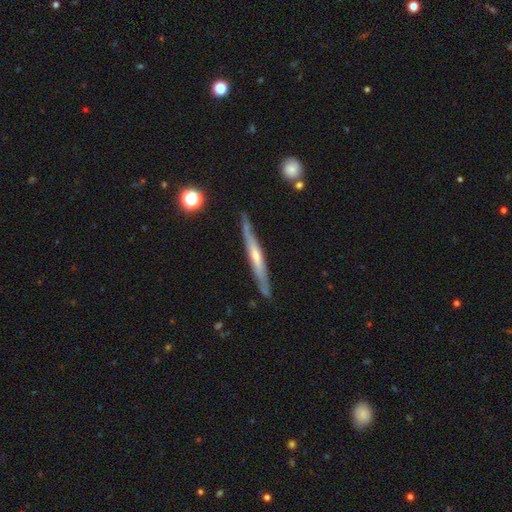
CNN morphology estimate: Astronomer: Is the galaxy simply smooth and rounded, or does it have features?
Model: featured or disk — 63%.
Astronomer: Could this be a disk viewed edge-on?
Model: yes — 91%.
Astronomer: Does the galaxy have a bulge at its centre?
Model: rounded — 46%, tied with none at 46%.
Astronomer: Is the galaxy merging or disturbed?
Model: none — 80%.